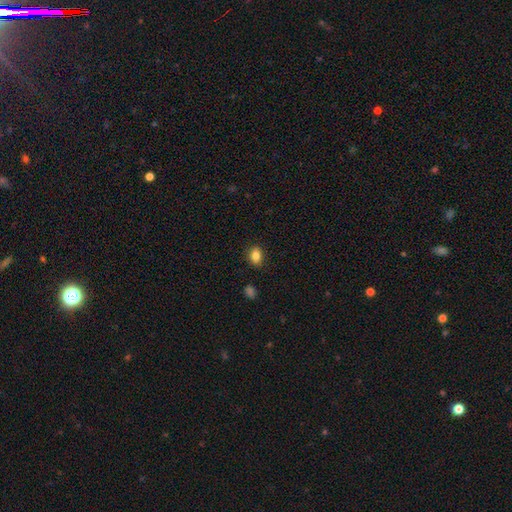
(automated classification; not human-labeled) A smooth galaxy with no disk features (84%) that is in between round and cigar-shaped (72%).

Vote fractions:
- Smooth or featured? smooth: 84% / star or artifact: 10% / featured or disk: 6%
- How rounded? in between: 72% / round: 26% / cigar-shaped: 2%
- Merging? none: 86% / minor disturbance: 10% / major disturbance: 2% / merger: 1%